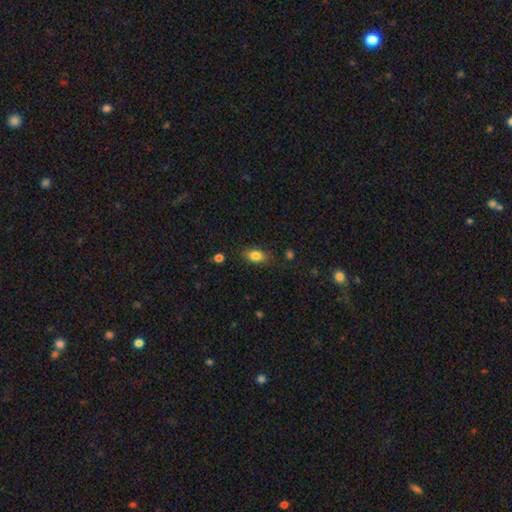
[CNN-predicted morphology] smooth_or_featured: smooth (p=0.84) [alt: star or artifact p=0.09]
how_rounded: in between (p=0.85) [alt: round p=0.11]
merging: none (p=0.81) [alt: minor disturbance p=0.14]